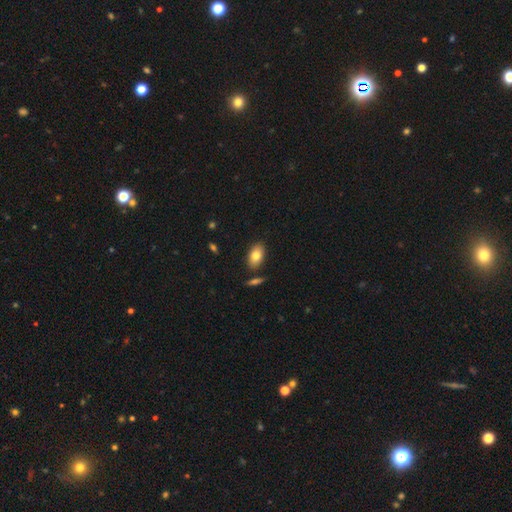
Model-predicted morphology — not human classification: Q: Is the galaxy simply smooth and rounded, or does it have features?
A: smooth — 80%.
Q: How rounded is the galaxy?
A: in between — 91%.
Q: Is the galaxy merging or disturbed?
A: none — 83%.